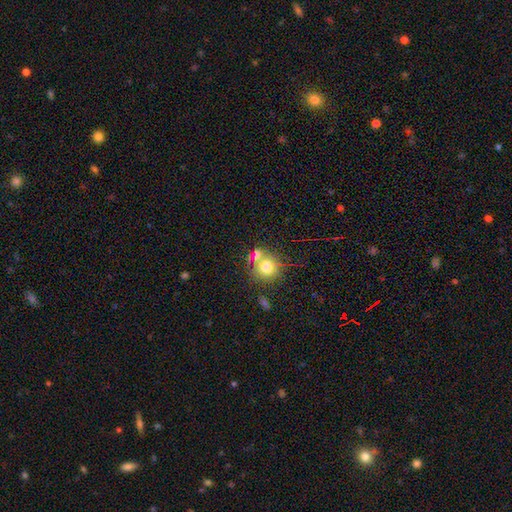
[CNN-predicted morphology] Q: Smooth or featured?
A: smooth (66%); runner-up: star or artifact (22%)
Q: How rounded?
A: round (89%); runner-up: in between (10%)
Q: Merging?
A: none (61%); runner-up: merger (27%)